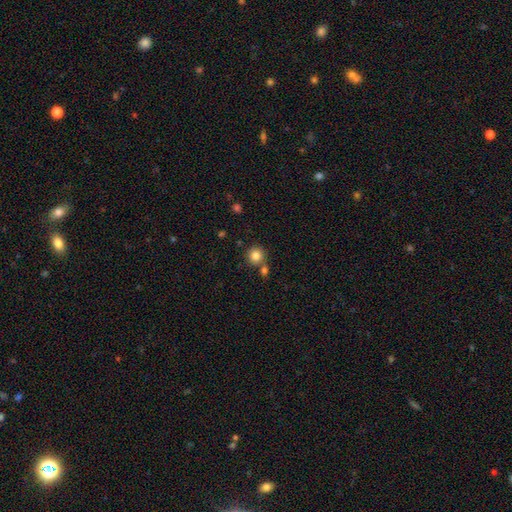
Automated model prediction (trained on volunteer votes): A smooth galaxy with no disk features (83%) that is round (93%). Merging: none (72%).